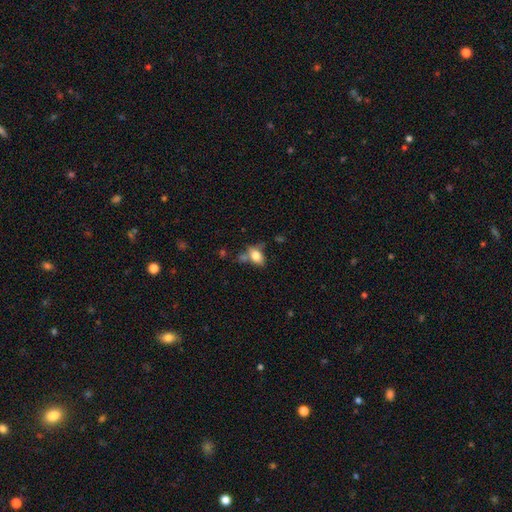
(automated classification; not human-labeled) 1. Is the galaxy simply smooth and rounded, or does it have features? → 73% smooth, 17% featured or disk, 10% star or artifact.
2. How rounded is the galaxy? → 82% in between, 13% round, 4% cigar-shaped.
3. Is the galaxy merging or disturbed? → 43% none, 24% minor disturbance, 19% merger, 13% major disturbance.